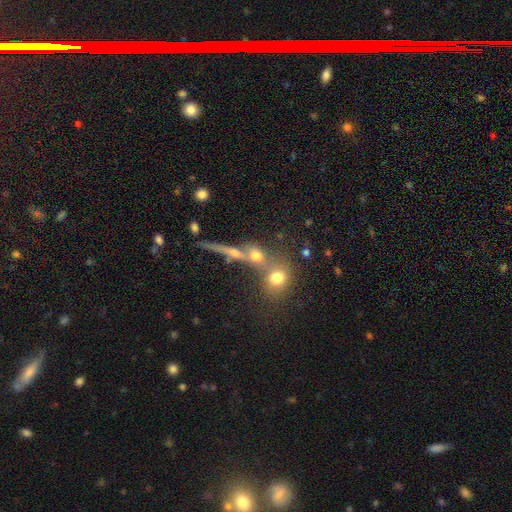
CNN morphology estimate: Overall: smooth (62%). How rounded: round (62%; in between 24%). Merging: merger (44%; none 41%).